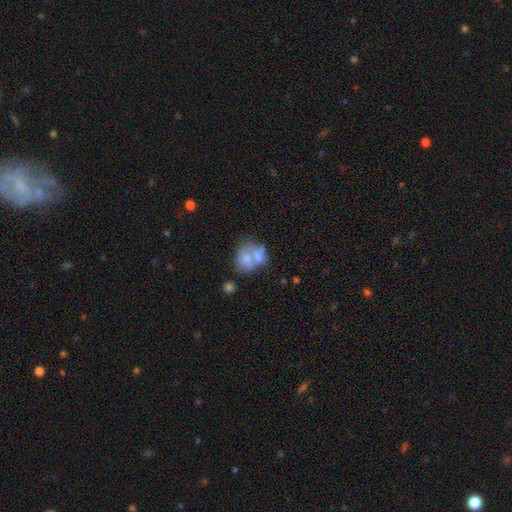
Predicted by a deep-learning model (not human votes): A smooth galaxy with no disk features (56%) that is in between round and cigar-shaped (51%). Merging: merger (52%).